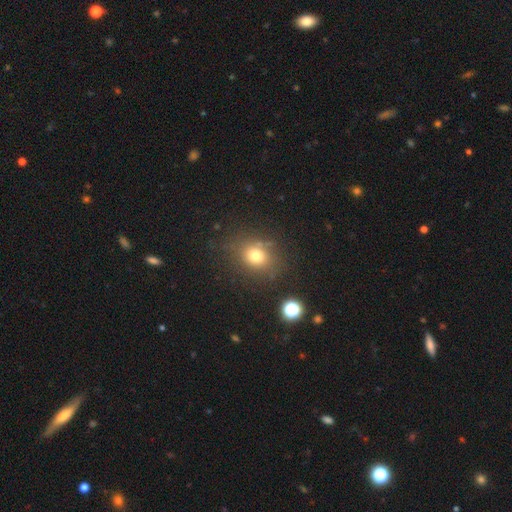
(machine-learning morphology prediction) smooth-or-featured: smooth: 74% | star or artifact: 16% | featured or disk: 10%
  how-rounded: round: 60% | in between: 39% | cigar-shaped: 1%
  merging: none: 76% | minor disturbance: 14% | major disturbance: 6% | merger: 4%